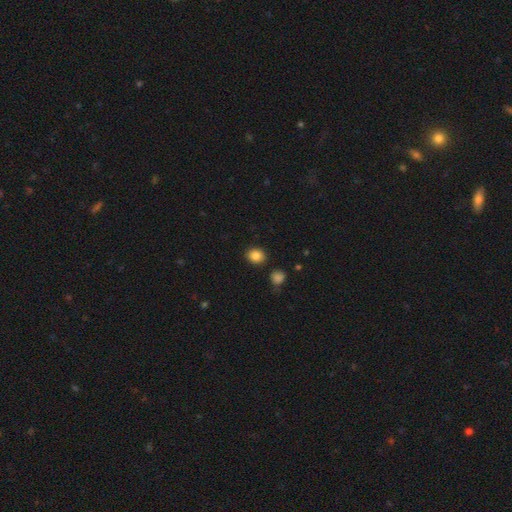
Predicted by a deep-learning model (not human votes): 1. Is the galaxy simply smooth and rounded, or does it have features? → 86% smooth, 10% star or artifact, 5% featured or disk.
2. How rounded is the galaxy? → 60% round, 39% in between, 1% cigar-shaped.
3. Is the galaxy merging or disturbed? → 87% none, 8% minor disturbance, 3% merger, 2% major disturbance.